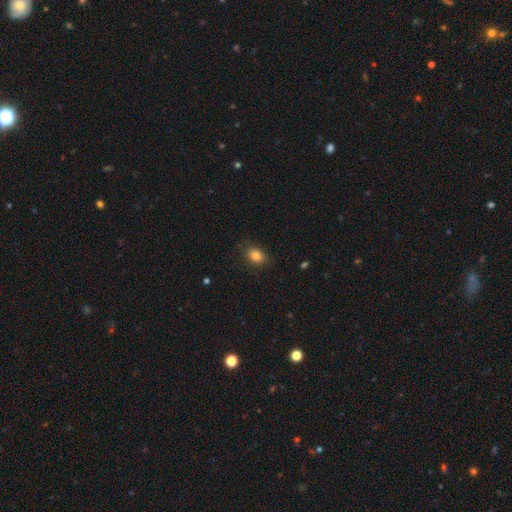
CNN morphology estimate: A smooth galaxy with no disk features (83%) that is in between round and cigar-shaped (72%). Merging: none (84%).